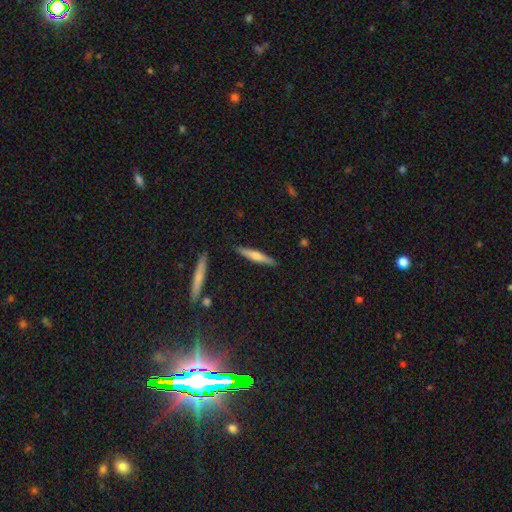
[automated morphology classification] Overall: smooth (53%; featured or disk 41%). How rounded: cigar-shaped (90%). Merging: none (88%).